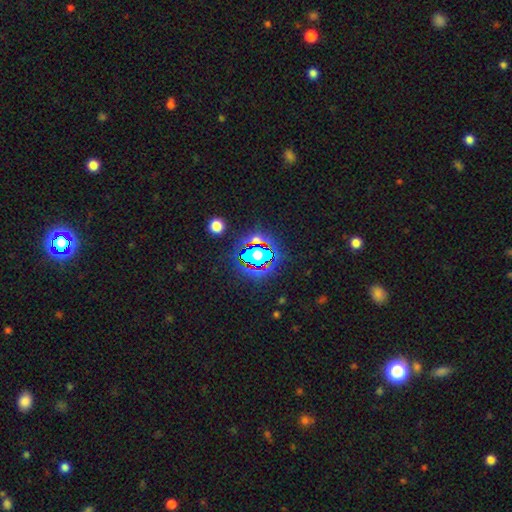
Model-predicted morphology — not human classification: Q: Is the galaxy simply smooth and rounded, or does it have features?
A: star or artifact — 59%.